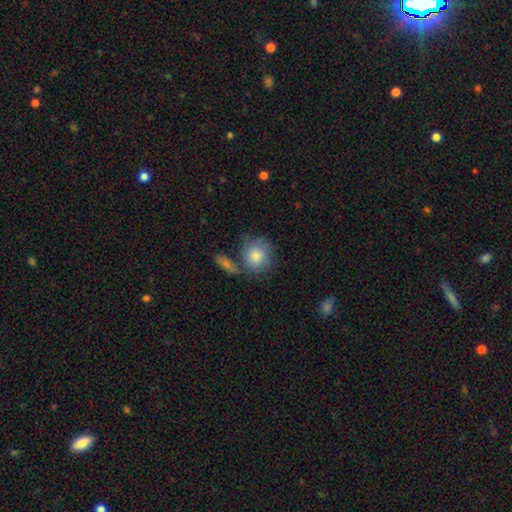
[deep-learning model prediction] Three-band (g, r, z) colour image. It shows a smooth galaxy with no disk features (74%) that is round (83%). Merging: none (55%).